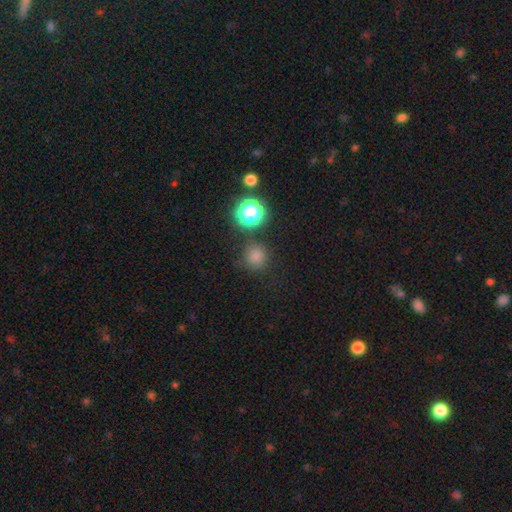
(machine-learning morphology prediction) smooth 72%, star or artifact 22%, featured or disk 5%. Down the decision tree: how rounded — round (94%); merging — none (83%).